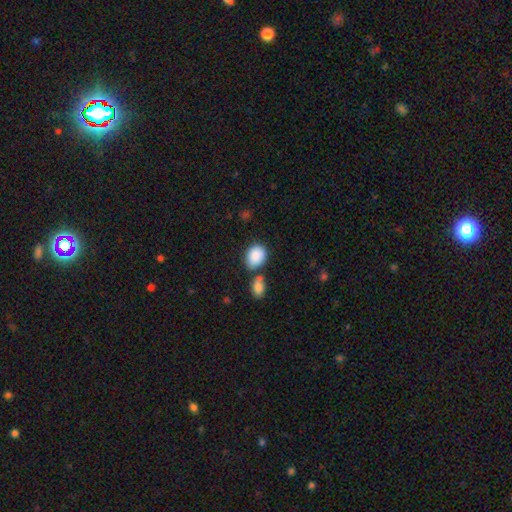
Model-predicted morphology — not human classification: smooth-or-featured: smooth: 88% | star or artifact: 7% | featured or disk: 5%
  how-rounded: in between: 62% | round: 37% | cigar-shaped: 1%
  merging: none: 58% | merger: 21% | minor disturbance: 16% | major disturbance: 5%